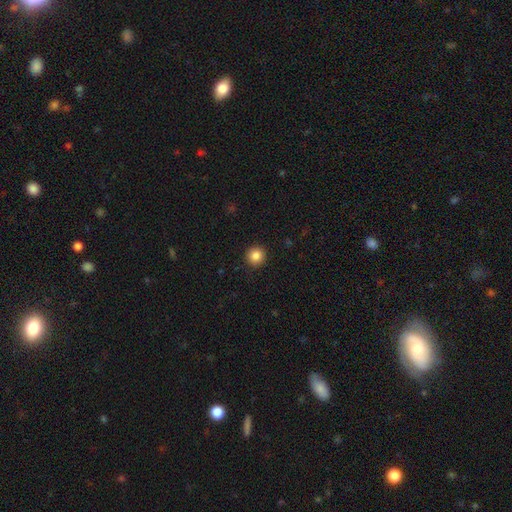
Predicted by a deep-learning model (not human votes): A smooth galaxy with no disk features (85%) that is round (94%).

Vote fractions:
- Smooth or featured? smooth: 85% / star or artifact: 10% / featured or disk: 5%
- How rounded? round: 94% / in between: 5% / cigar-shaped: 1%
- Merging? none: 92% / minor disturbance: 5% / major disturbance: 2% / merger: 1%